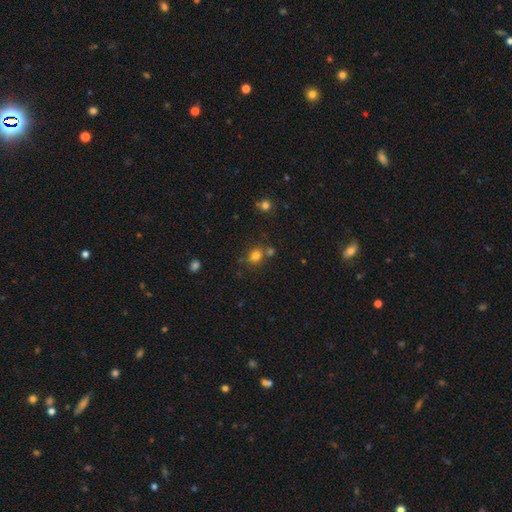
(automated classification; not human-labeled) Morphology: type=smooth (77%); roundness=round (75%); merging=none (68%).